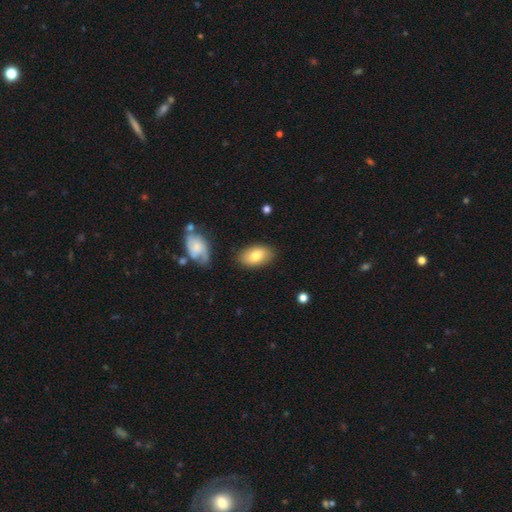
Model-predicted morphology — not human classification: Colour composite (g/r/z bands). It shows a smooth galaxy with no disk features (75%) that is in between round and cigar-shaped (92%). Merging: none (82%).